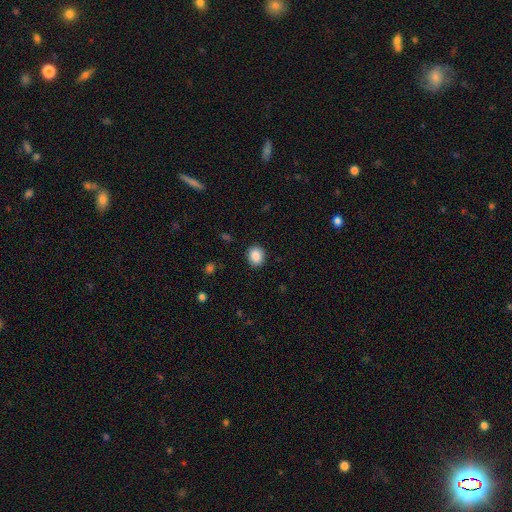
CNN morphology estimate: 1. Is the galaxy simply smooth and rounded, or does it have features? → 88% smooth, 9% star or artifact, 3% featured or disk.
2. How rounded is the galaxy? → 60% round, 39% in between, 1% cigar-shaped.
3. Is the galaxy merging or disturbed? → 90% none, 7% minor disturbance, 2% major disturbance, 1% merger.